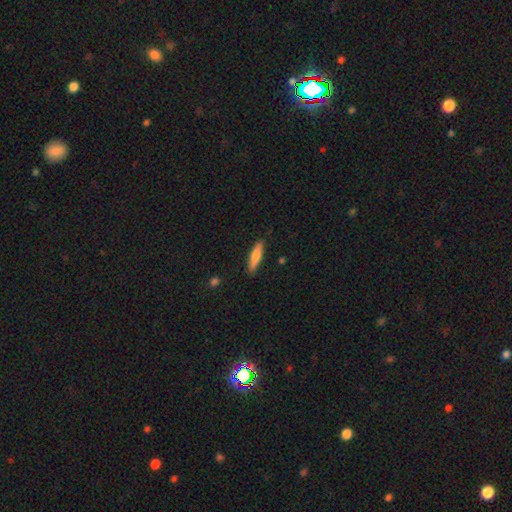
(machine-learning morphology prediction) smooth_or_featured: smooth (p=0.68) [alt: featured or disk p=0.26]
how_rounded: cigar-shaped (p=0.80) [alt: in between p=0.18]
merging: none (p=0.88) [alt: minor disturbance p=0.09]